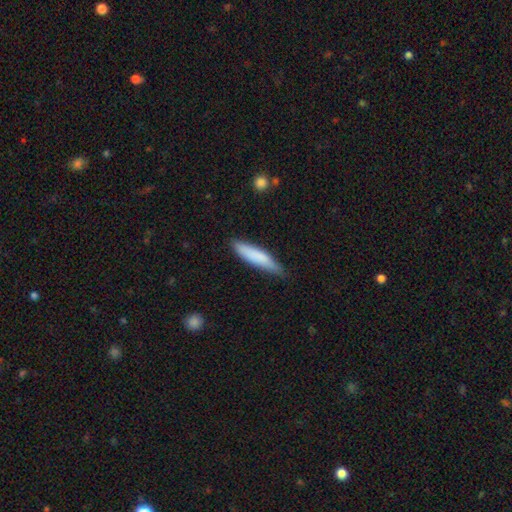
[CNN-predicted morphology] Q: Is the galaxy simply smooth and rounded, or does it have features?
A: smooth — 79%.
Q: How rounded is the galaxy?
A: cigar-shaped — 83%.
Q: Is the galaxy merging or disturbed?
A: none — 75%.